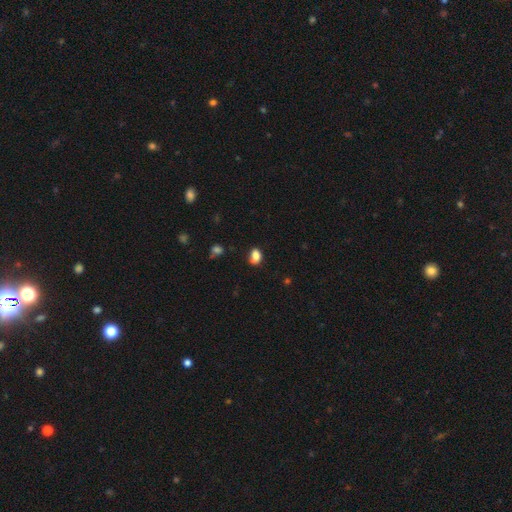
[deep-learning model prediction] smooth-or-featured: smooth: 83% | star or artifact: 10% | featured or disk: 7%
  how-rounded: in between: 76% | round: 23% | cigar-shaped: 1%
  merging: none: 66% | minor disturbance: 24% | major disturbance: 6% | merger: 5%